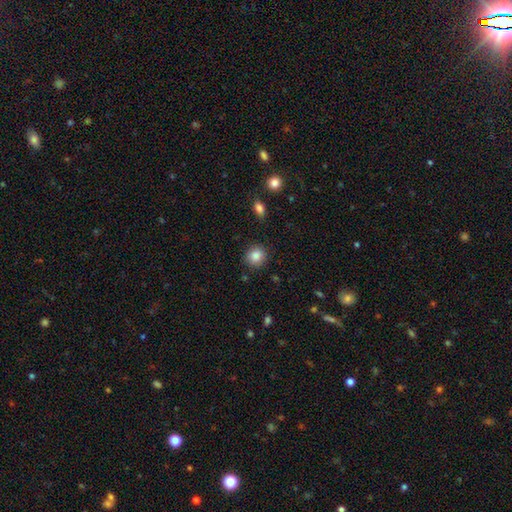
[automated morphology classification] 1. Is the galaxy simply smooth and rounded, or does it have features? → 85% smooth, 9% star or artifact, 5% featured or disk.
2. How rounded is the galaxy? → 86% round, 13% in between, 1% cigar-shaped.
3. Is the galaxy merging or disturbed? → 88% none, 8% minor disturbance, 2% major disturbance, 2% merger.